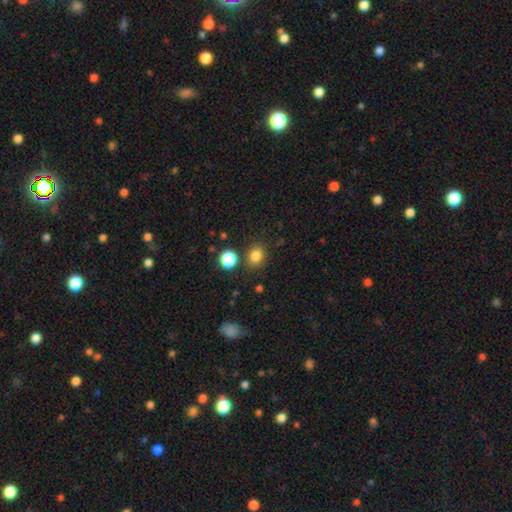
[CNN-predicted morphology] Overall: smooth (81%). How rounded: round (66%; in between 33%). Merging: none (82%).